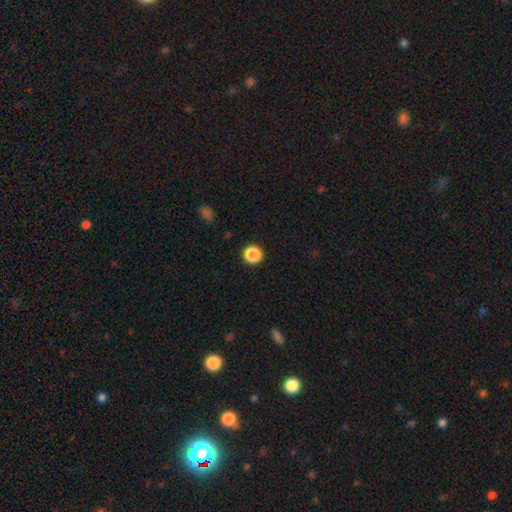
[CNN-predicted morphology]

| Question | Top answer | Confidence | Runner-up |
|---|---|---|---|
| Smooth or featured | smooth | 86% | star or artifact (11%) |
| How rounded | round | 94% | in between (5%) |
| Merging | none | 92% | minor disturbance (5%) |